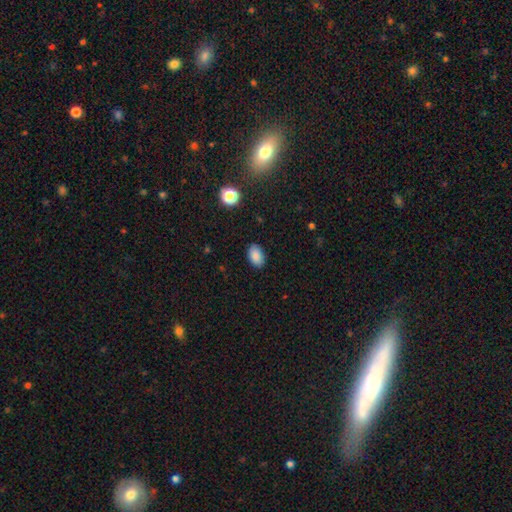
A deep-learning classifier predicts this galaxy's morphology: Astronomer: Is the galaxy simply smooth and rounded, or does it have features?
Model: smooth — 87%.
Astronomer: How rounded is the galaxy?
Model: in between — 89%.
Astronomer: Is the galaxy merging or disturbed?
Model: none — 88%.